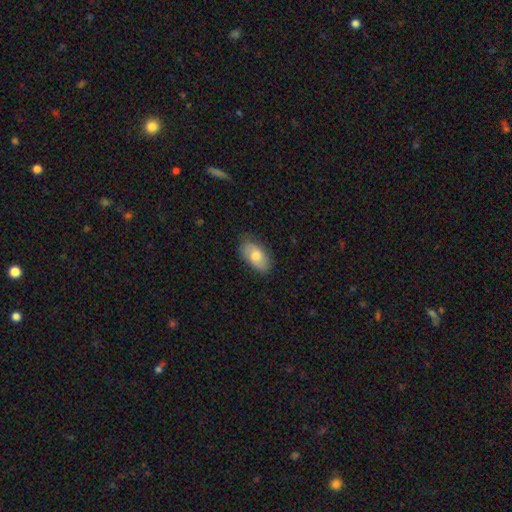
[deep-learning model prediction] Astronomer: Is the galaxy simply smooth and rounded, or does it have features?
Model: smooth — 71%.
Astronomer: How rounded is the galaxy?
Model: in between — 93%.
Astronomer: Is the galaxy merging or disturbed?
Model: none — 76%.